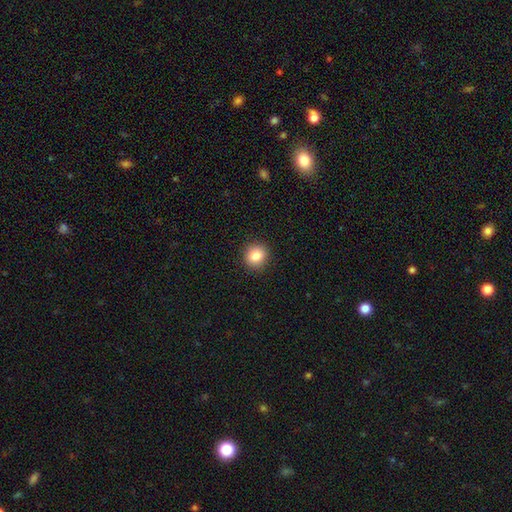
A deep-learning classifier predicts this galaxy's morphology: smooth 85%, star or artifact 10%, featured or disk 5%. Down the decision tree: how rounded — round (84%); merging — none (92%).